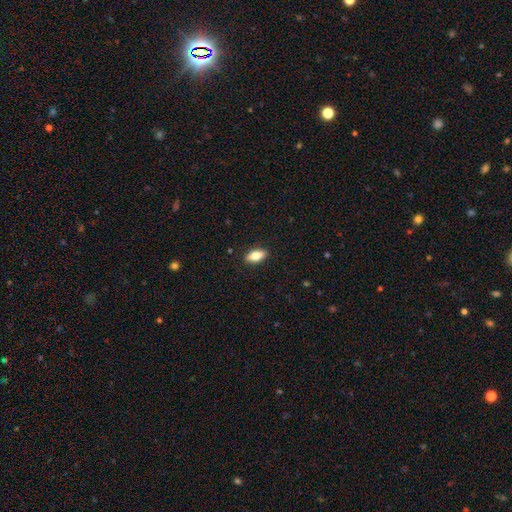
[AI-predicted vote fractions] Smooth or featured? Predicted: smooth (p=0.77). How rounded? Predicted: in between (p=0.85). Merging? Predicted: none (p=0.89).